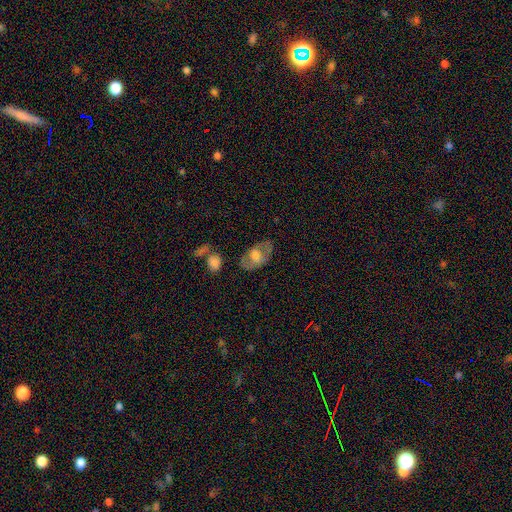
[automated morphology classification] Overall: featured or disk (47%; smooth 46%). Merging: none (68%).